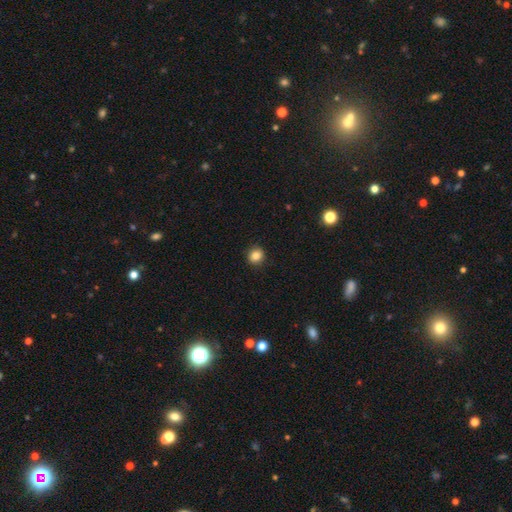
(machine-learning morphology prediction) The model was most divided on "smooth or featured": smooth: 84%, star or artifact: 11%, featured or disk: 5%. More confident: merging — none (91%); how rounded — round (87%).